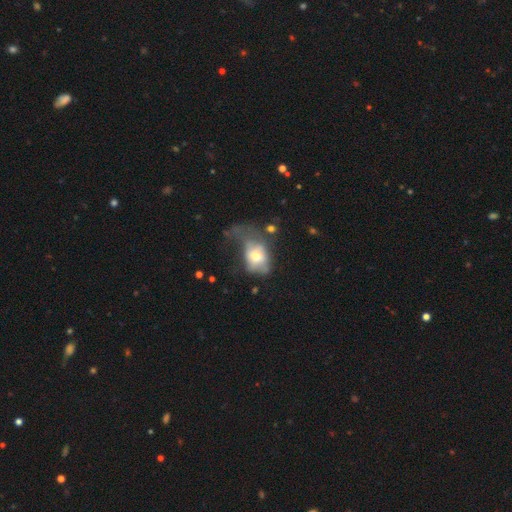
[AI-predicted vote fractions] Smooth or featured: smooth — 61% (featured or disk — 30%)
How rounded: in between — 67% (round — 31%)
Merging: major disturbance — 53% (minor disturbance — 23%)